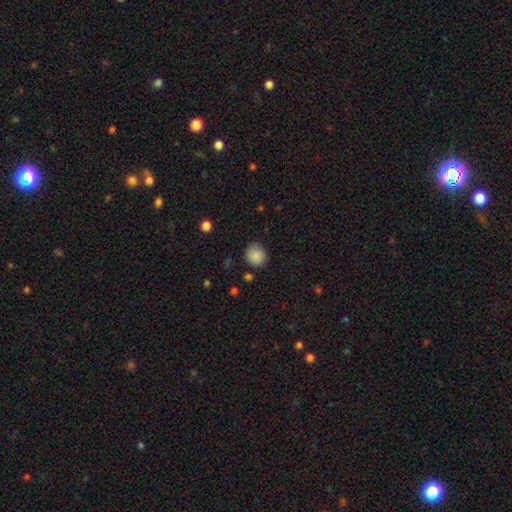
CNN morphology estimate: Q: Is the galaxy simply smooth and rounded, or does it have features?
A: smooth — 86%.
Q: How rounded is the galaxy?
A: round — 84%.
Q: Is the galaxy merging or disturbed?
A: none — 82%.